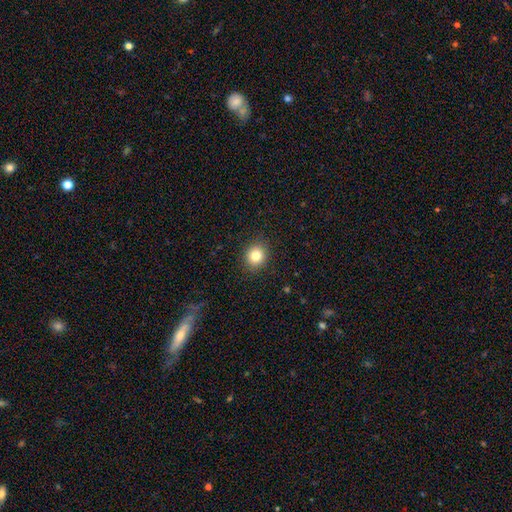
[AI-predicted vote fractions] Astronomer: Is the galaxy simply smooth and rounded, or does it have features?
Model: smooth — 82%.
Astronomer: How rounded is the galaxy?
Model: round — 77%.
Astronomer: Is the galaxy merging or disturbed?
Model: none — 90%.